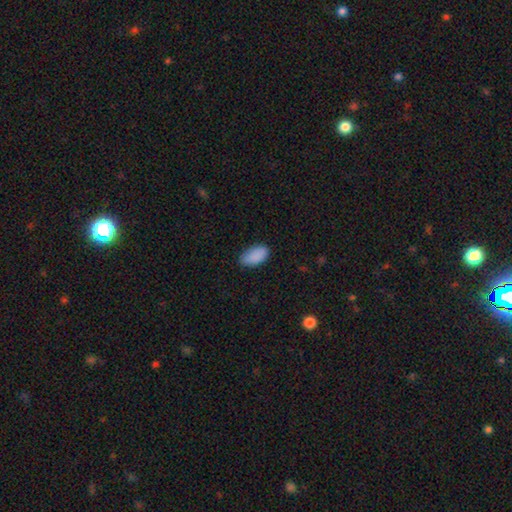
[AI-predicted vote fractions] Smooth or featured? smooth (89%)
How rounded? in between (95%)
Merging? none (77%)